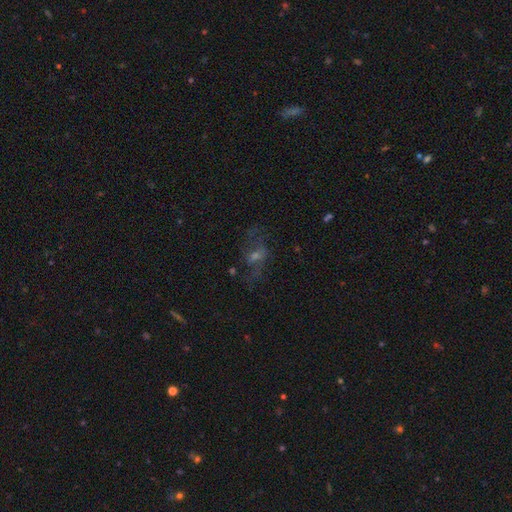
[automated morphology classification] Overall: featured or disk (43%; star or artifact 32%). Merging: none (63%).